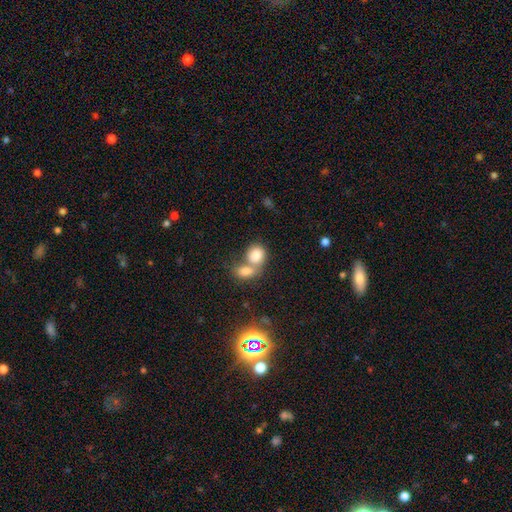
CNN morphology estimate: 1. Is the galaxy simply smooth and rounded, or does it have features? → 81% smooth, 11% featured or disk, 9% star or artifact.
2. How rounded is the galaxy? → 55% round, 44% in between, 1% cigar-shaped.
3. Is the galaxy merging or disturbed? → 62% merger, 27% none, 7% minor disturbance, 4% major disturbance.